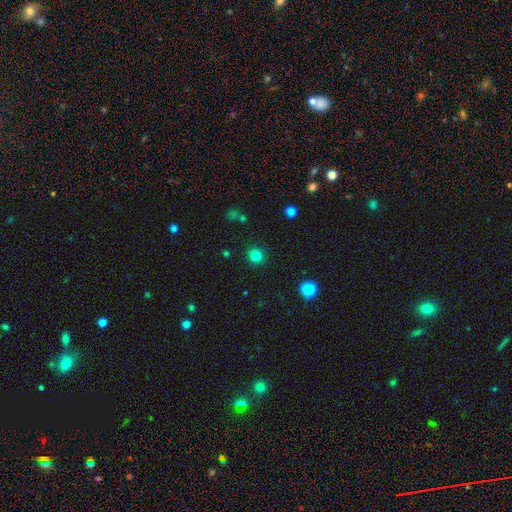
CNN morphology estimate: A smooth galaxy with no disk features (82%) that is round (92%). Merging: none (90%).